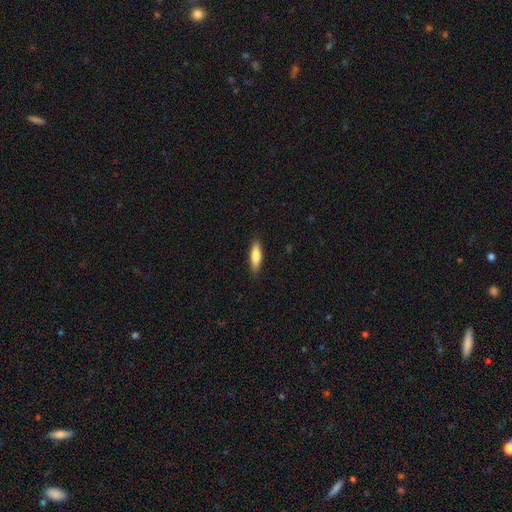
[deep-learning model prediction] Smooth or featured? Predicted: smooth (p=0.78). How rounded? Predicted: cigar-shaped (p=0.63). Merging? Predicted: none (p=0.87).